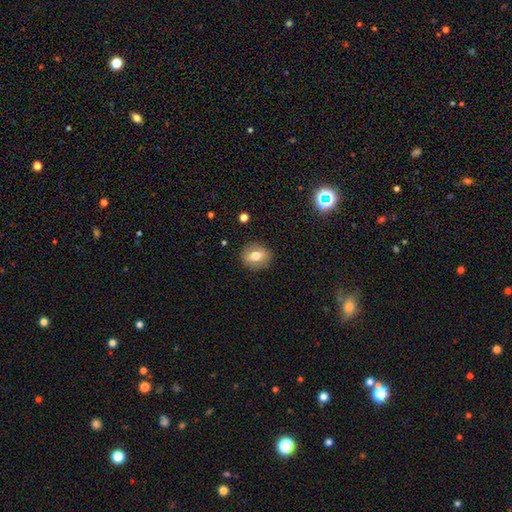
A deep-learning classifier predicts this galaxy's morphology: type=smooth (61%); roundness=round (66%); merging=none (87%).